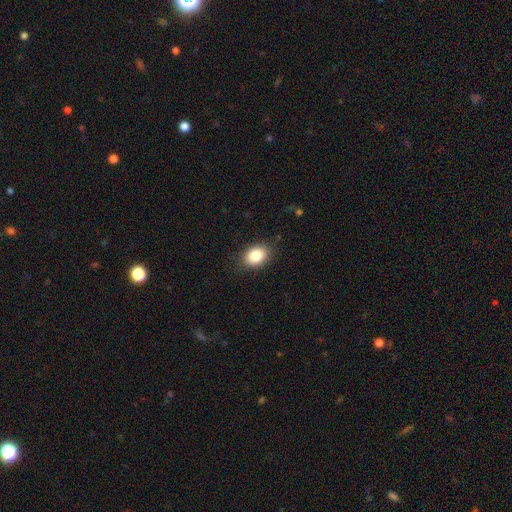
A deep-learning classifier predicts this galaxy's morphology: Q: Smooth or featured?
A: smooth (84%); runner-up: star or artifact (9%)
Q: How rounded?
A: in between (70%); runner-up: round (29%)
Q: Merging?
A: none (85%); runner-up: minor disturbance (11%)